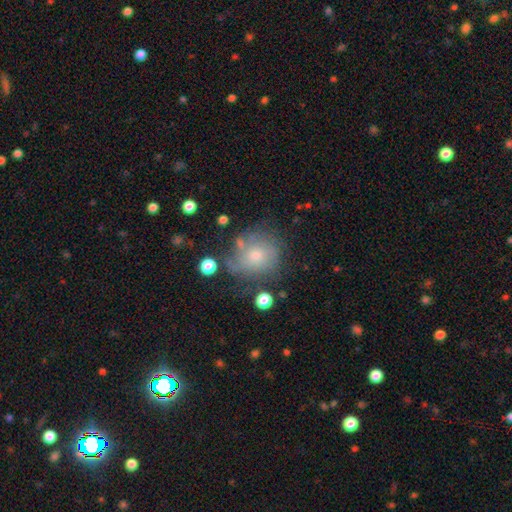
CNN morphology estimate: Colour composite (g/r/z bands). It shows a smooth galaxy with no disk features (50%). Merging: none (55%).